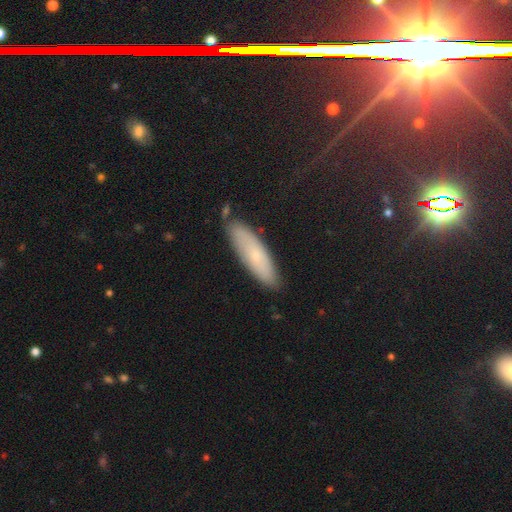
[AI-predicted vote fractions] Smooth or featured?
  - smooth: 64% *
  - featured or disk: 28%
  - star or artifact: 8%
How rounded?
  - cigar-shaped: 60% *
  - in between: 38%
  - round: 2%
Merging?
  - none: 80% *
  - minor disturbance: 15%
  - merger: 3%
  - major disturbance: 2%